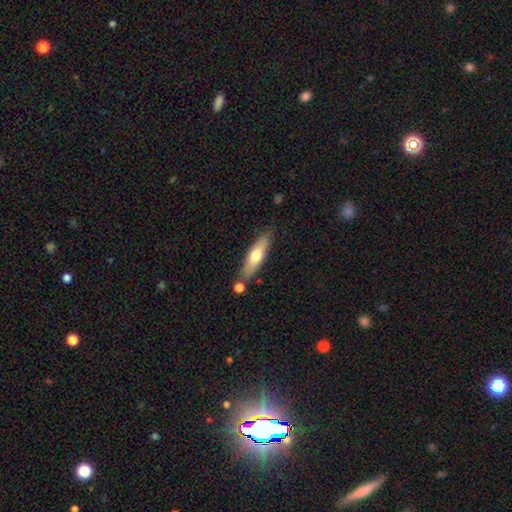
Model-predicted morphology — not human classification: Overall: smooth (59%; featured or disk 35%). How rounded: cigar-shaped (67%; in between 31%). Merging: none (75%).